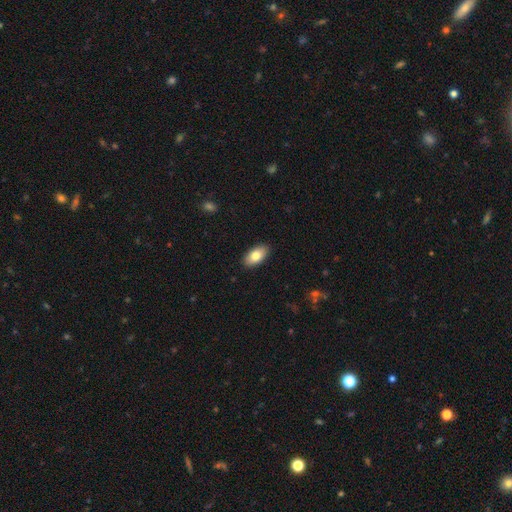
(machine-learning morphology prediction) smooth-or-featured: smooth: 80% | featured or disk: 13% | star or artifact: 7%
  how-rounded: in between: 94% | round: 3% | cigar-shaped: 3%
  merging: none: 90% | minor disturbance: 8% | major disturbance: 2% | merger: 1%